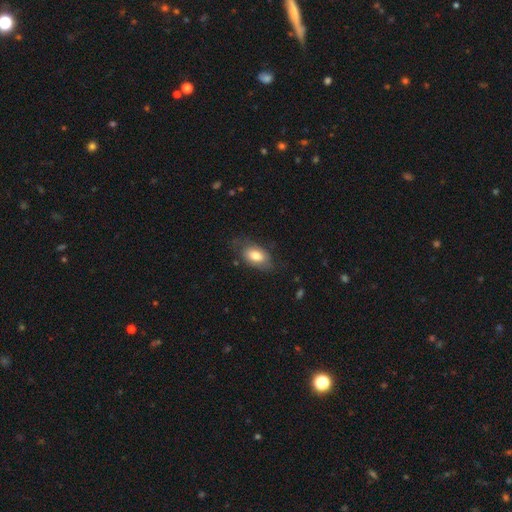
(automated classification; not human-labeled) Morphology: type=smooth (73%); roundness=in between (91%); merging=none (61%).